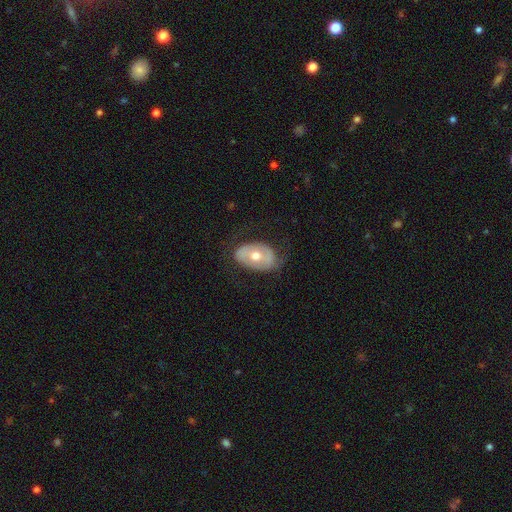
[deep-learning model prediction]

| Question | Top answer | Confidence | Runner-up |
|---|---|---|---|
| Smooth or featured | featured or disk | 51% | smooth (43%) |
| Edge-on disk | no | 91% | yes (9%) |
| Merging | none | 69% | minor disturbance (20%) |